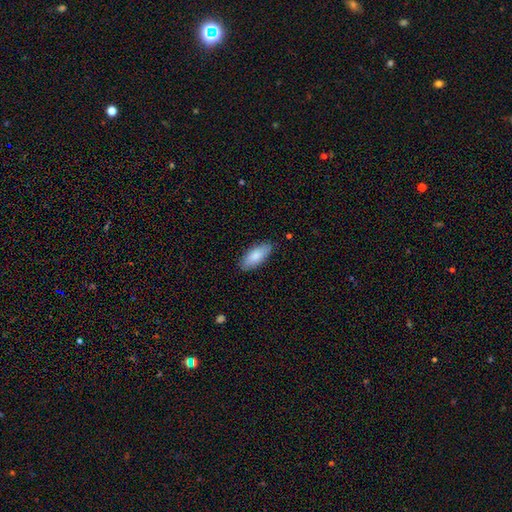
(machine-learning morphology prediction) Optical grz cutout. It shows a smooth galaxy with no disk features (84%) that is in between round and cigar-shaped (82%). Merging: none (85%).